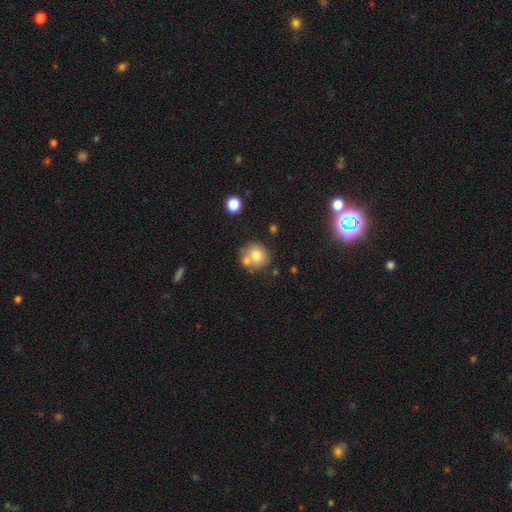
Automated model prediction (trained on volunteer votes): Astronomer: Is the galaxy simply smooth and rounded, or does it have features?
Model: smooth — 75%.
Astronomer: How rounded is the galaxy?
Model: round — 86%.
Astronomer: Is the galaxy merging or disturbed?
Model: none — 58%.